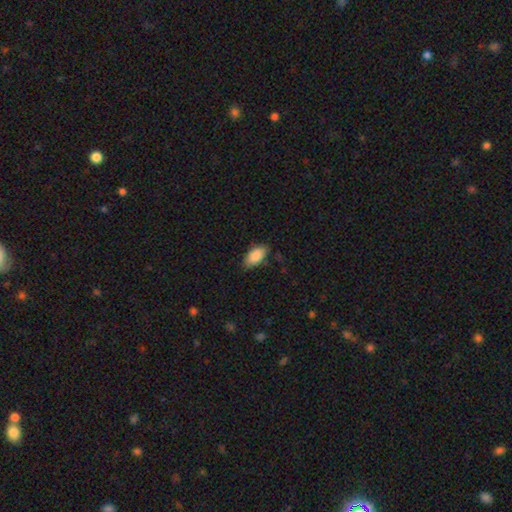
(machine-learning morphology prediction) type=smooth (89%); roundness=in between (93%); merging=none (82%).